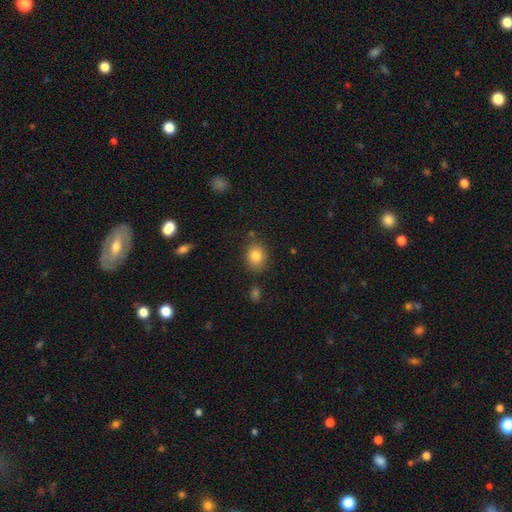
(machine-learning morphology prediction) The model was most divided on "how rounded": round: 53%, in between: 46%, cigar-shaped: 1%. More confident: smooth or featured — smooth (84%); merging — none (81%).